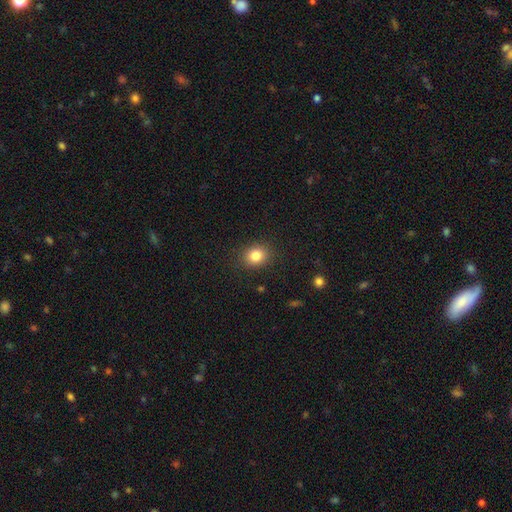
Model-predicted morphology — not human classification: The model was most divided on "how rounded": round: 61%, in between: 38%, cigar-shaped: 1%. More confident: merging — none (88%); smooth or featured — smooth (83%).